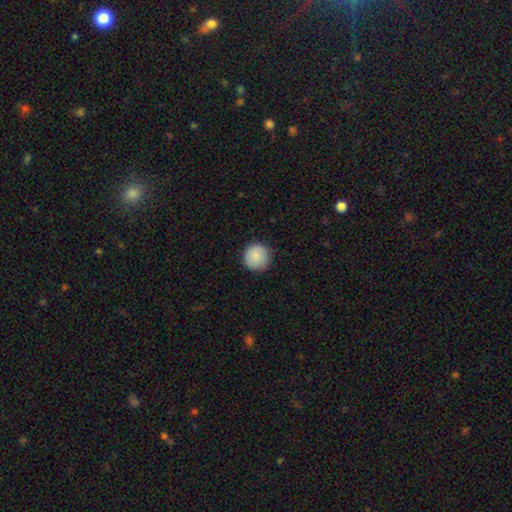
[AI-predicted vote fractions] Overall: smooth (87%). How rounded: round (94%). Merging: none (87%).